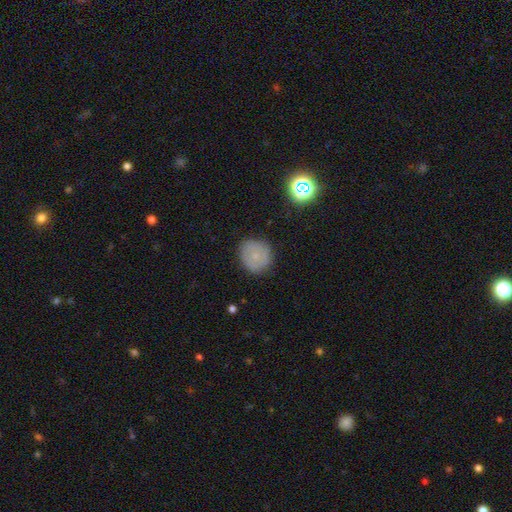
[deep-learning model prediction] Smooth or featured? Predicted: smooth (p=0.71). How rounded? Predicted: round (p=0.89). Merging? Predicted: none (p=0.83).